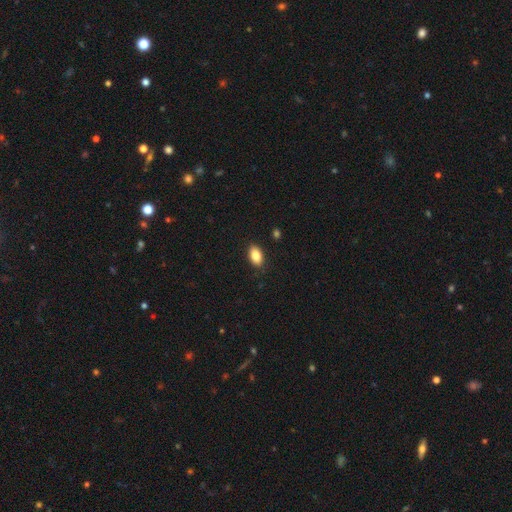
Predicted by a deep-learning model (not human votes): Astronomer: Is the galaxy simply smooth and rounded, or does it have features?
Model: smooth — 86%.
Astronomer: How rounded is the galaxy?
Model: in between — 91%.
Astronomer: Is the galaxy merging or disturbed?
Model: none — 88%.